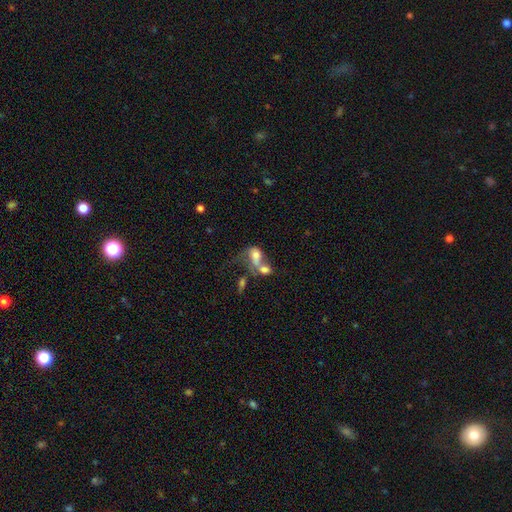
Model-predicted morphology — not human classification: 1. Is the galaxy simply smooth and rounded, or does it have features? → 58% smooth, 30% featured or disk, 12% star or artifact.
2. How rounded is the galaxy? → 74% in between, 23% round, 3% cigar-shaped.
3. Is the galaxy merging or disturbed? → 67% merger, 15% major disturbance, 12% none, 7% minor disturbance.